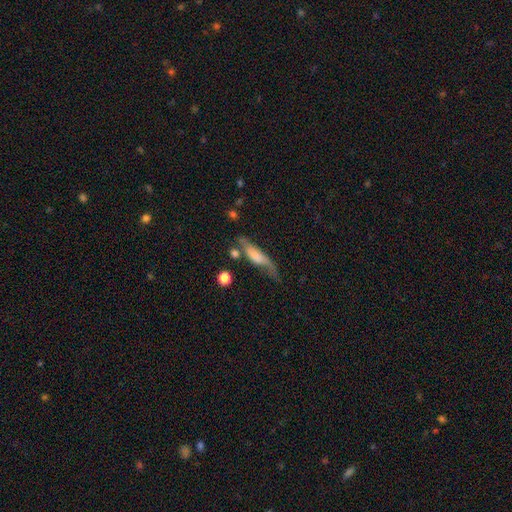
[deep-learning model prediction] Q: Smooth or featured?
A: smooth (52%); runner-up: featured or disk (40%)
Q: How rounded?
A: cigar-shaped (57%); runner-up: in between (39%)
Q: Merging?
A: none (40%); runner-up: minor disturbance (28%)